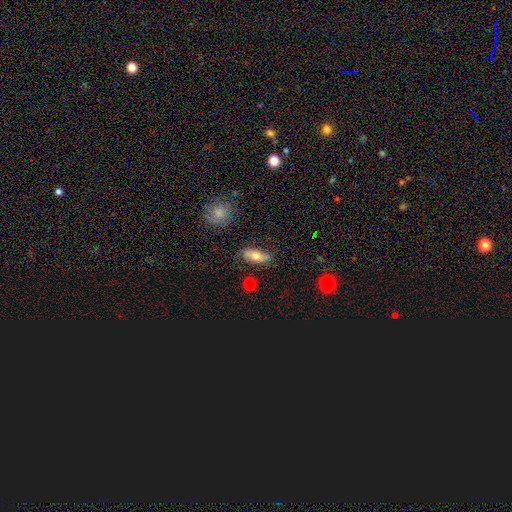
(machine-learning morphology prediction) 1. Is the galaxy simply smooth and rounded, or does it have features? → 50% smooth, 43% featured or disk, 7% star or artifact.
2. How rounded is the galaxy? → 71% in between, 23% cigar-shaped, 6% round.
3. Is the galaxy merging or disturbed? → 72% none, 20% minor disturbance, 6% major disturbance, 3% merger.